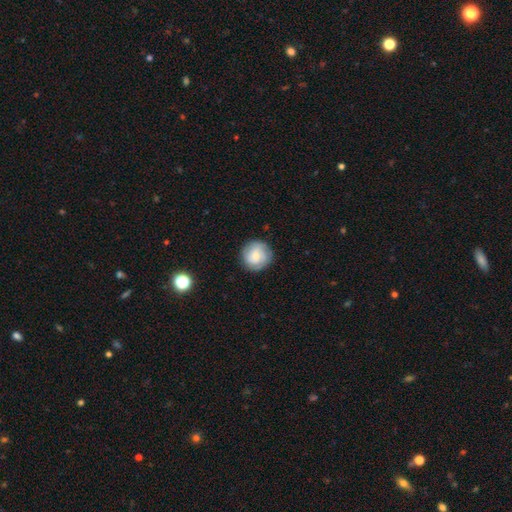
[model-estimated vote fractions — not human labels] This appears to be a smooth galaxy with no disk features (59%) that is round (93%). Merging: none (84%).